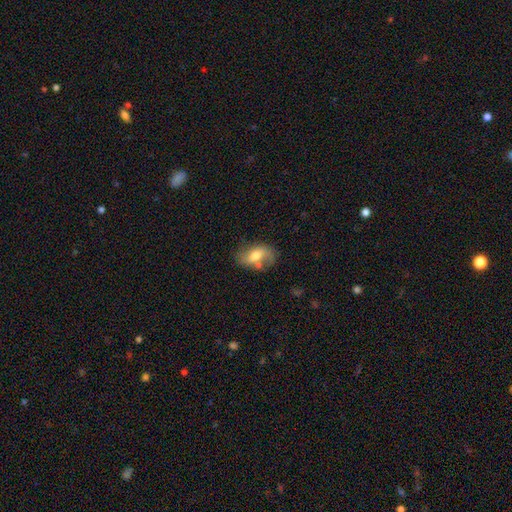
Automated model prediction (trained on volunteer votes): Q: Smooth or featured?
A: smooth (54%); runner-up: featured or disk (38%)
Q: How rounded?
A: in between (86%); runner-up: round (11%)
Q: Merging?
A: none (58%); runner-up: minor disturbance (23%)